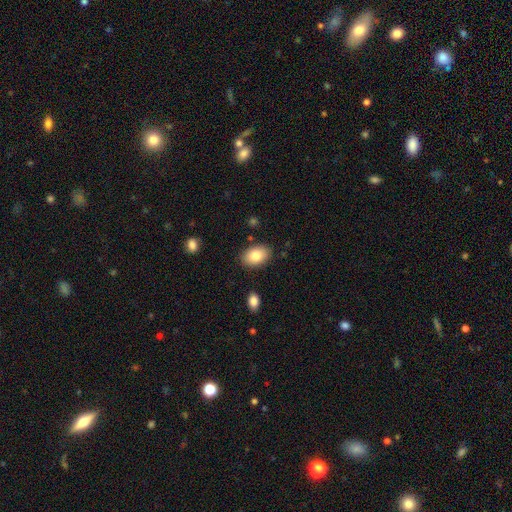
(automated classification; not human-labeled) A smooth galaxy with no disk features (83%) that is in between round and cigar-shaped (87%).

Vote fractions:
- Smooth or featured? smooth: 83% / featured or disk: 10% / star or artifact: 7%
- How rounded? in between: 87% / round: 12% / cigar-shaped: 1%
- Merging? none: 86% / minor disturbance: 10% / major disturbance: 2% / merger: 2%